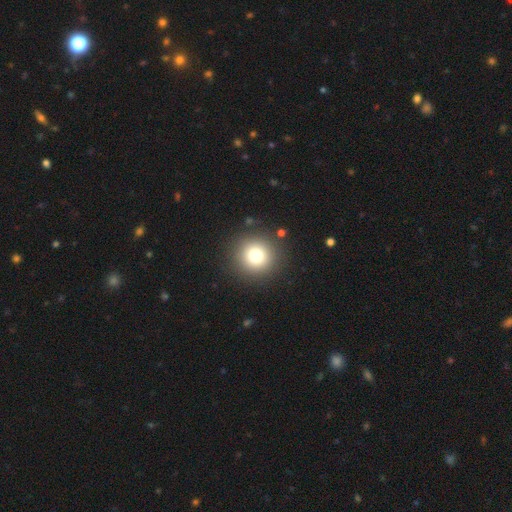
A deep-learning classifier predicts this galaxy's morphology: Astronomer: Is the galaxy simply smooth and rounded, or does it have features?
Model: smooth — 77%.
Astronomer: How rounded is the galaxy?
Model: round — 95%.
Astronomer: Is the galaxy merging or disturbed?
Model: none — 90%.